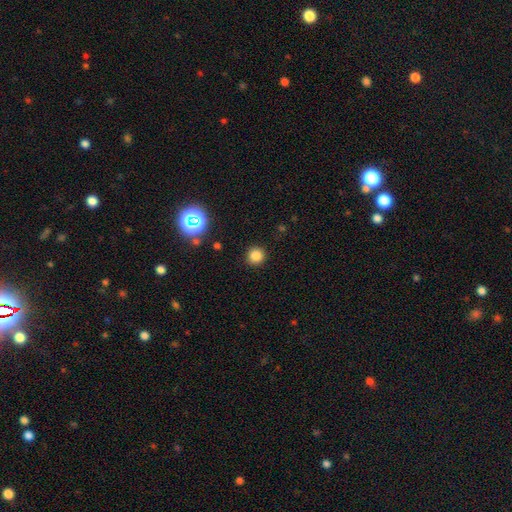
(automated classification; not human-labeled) smooth_or_featured: smooth (p=0.82) [alt: star or artifact p=0.14]
how_rounded: round (p=0.94) [alt: in between p=0.05]
merging: none (p=0.91) [alt: minor disturbance p=0.05]